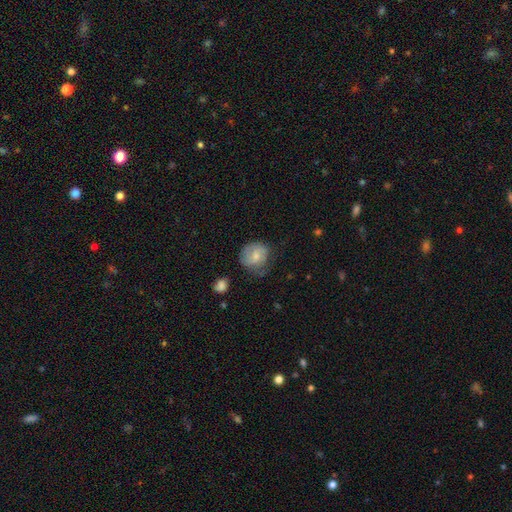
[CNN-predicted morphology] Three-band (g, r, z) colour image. It shows a smooth galaxy with no disk features (65%) that is round (75%). Merging: none (57%).